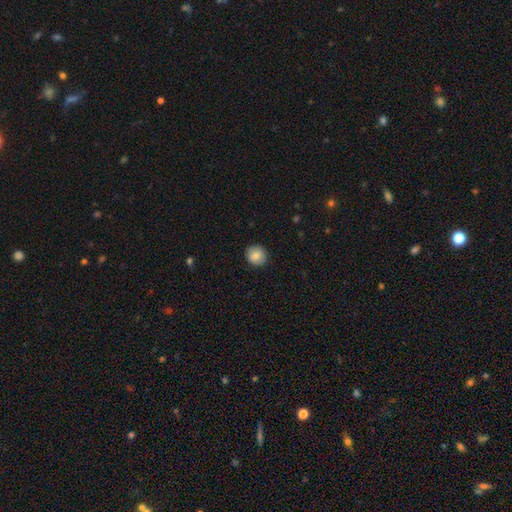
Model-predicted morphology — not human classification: smooth_or_featured: smooth (p=0.81) [alt: featured or disk p=0.11]
how_rounded: round (p=0.89) [alt: in between p=0.10]
merging: none (p=0.89) [alt: minor disturbance p=0.08]